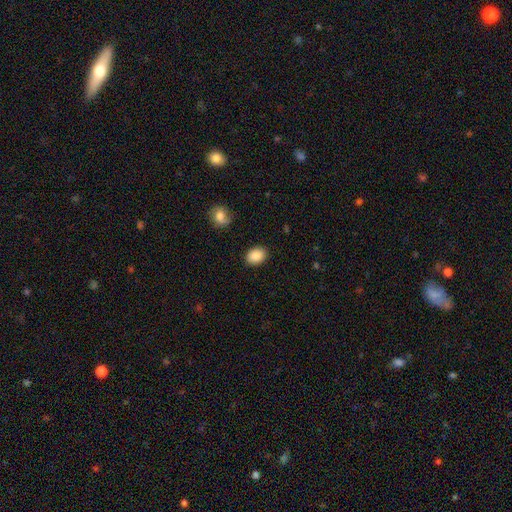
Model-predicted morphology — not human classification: Smooth or featured? smooth (88%)
How rounded? in between (68%)
Merging? none (88%)